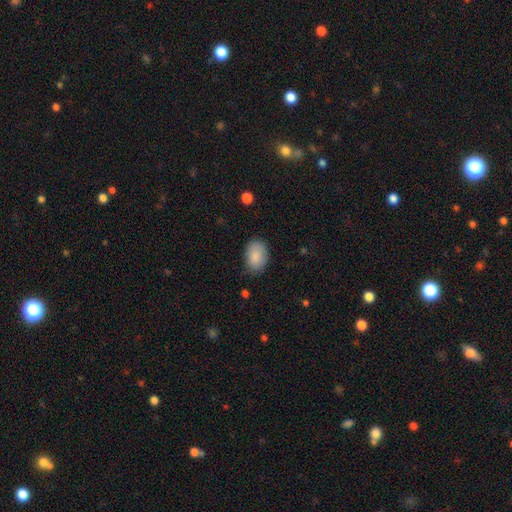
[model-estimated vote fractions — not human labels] Smooth or featured? smooth (88%)
How rounded? in between (84%)
Merging? none (79%)